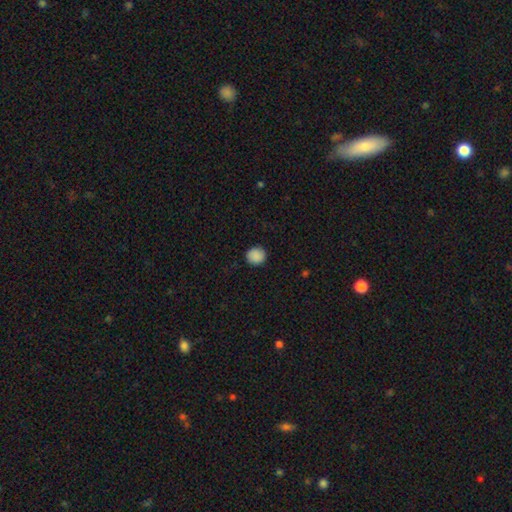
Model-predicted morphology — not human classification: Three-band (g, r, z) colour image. It shows a smooth galaxy with no disk features (89%) that is round (88%). Merging: none (89%).